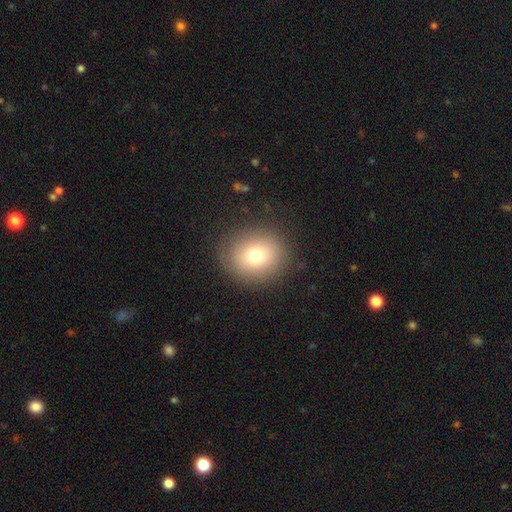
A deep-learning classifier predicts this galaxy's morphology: Smooth or featured: smooth — 76% (featured or disk — 12%)
How rounded: round — 83% (in between — 16%)
Merging: none — 86% (minor disturbance — 9%)